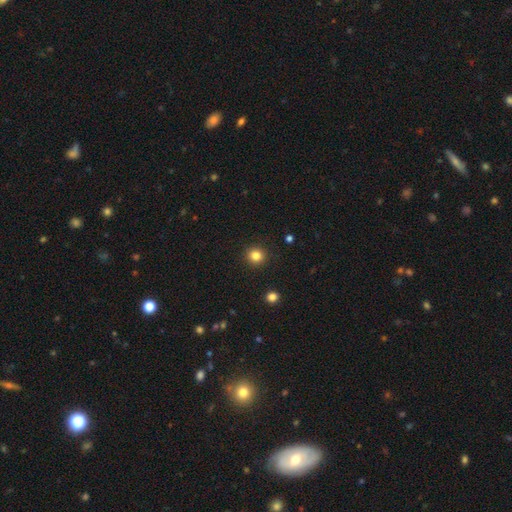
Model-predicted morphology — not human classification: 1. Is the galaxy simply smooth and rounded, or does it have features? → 83% smooth, 12% star or artifact, 5% featured or disk.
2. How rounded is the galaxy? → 93% round, 6% in between, 1% cigar-shaped.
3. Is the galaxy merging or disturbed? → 92% none, 5% minor disturbance, 2% major disturbance, 1% merger.